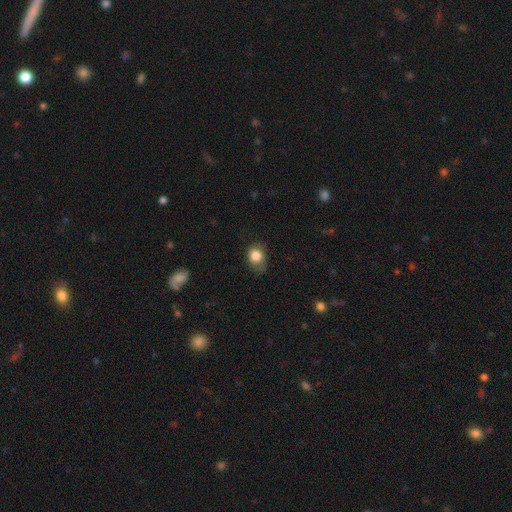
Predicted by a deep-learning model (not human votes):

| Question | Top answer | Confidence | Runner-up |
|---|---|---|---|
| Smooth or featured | smooth | 82% | featured or disk (9%) |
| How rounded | round | 52% | in between (47%) |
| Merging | none | 57% | minor disturbance (31%) |